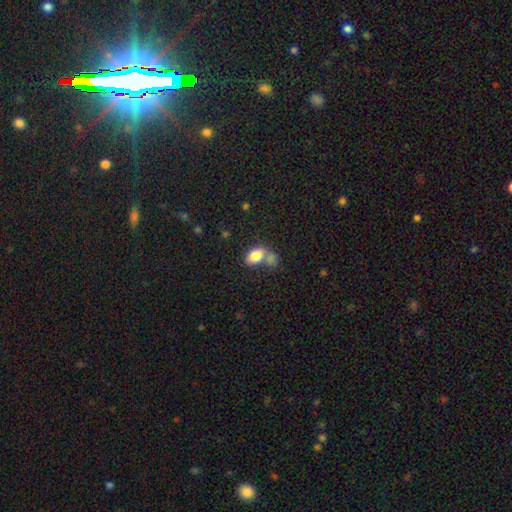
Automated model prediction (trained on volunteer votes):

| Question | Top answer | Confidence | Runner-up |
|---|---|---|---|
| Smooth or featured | smooth | 81% | featured or disk (10%) |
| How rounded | in between | 84% | round (15%) |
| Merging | merger | 46% | none (36%) |